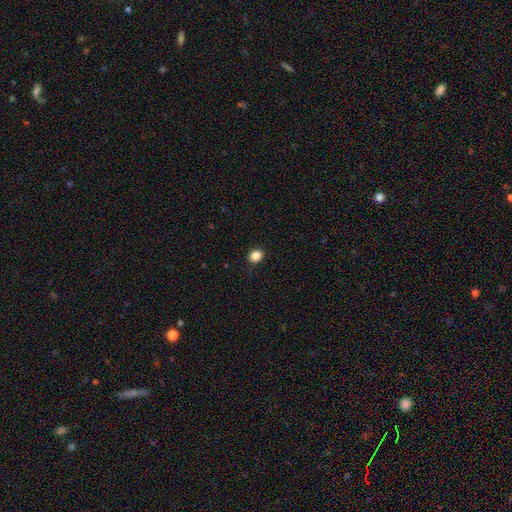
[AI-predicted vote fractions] Smooth or featured?
  - smooth: 86% *
  - star or artifact: 11%
  - featured or disk: 4%
How rounded?
  - round: 59% *
  - in between: 40%
  - cigar-shaped: 1%
Merging?
  - none: 90% *
  - minor disturbance: 7%
  - major disturbance: 2%
  - merger: 1%